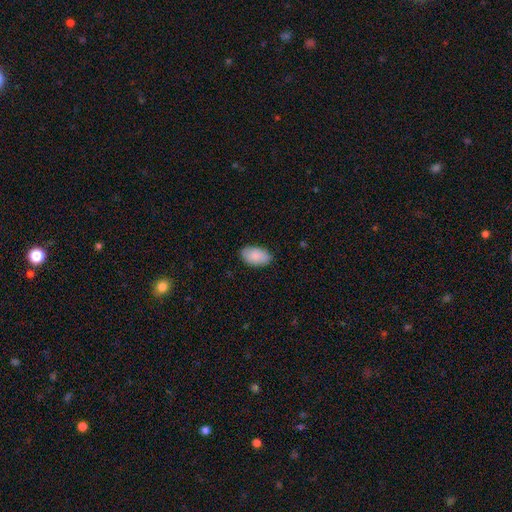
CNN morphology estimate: Smooth or featured? smooth (86%)
How rounded? in between (94%)
Merging? none (84%)